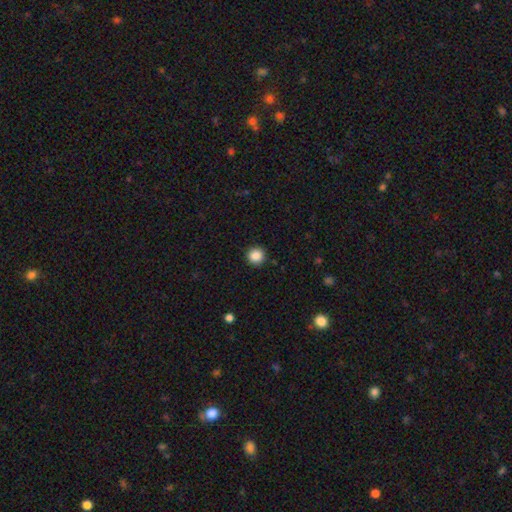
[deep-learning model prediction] Smooth or featured? smooth (87%)
How rounded? round (95%)
Merging? none (92%)